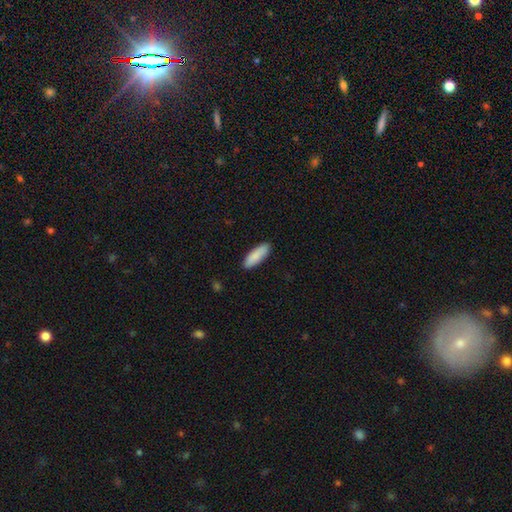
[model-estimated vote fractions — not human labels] A smooth galaxy with no disk features (88%) that is in between round and cigar-shaped (57%). Merging: none (89%).